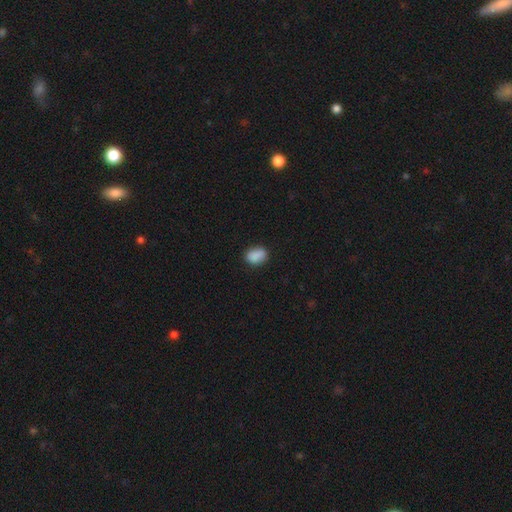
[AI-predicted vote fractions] This appears to be a smooth galaxy with no disk features (88%) that is in between round and cigar-shaped (79%). Merging: none (82%).